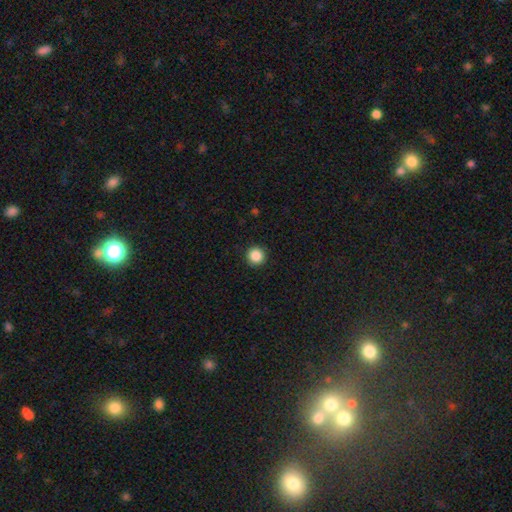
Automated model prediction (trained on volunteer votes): Smooth or featured?
  - smooth: 87% *
  - star or artifact: 10%
  - featured or disk: 3%
How rounded?
  - round: 95% *
  - in between: 4%
  - cigar-shaped: 1%
Merging?
  - none: 93% *
  - minor disturbance: 4%
  - major disturbance: 2%
  - merger: 1%